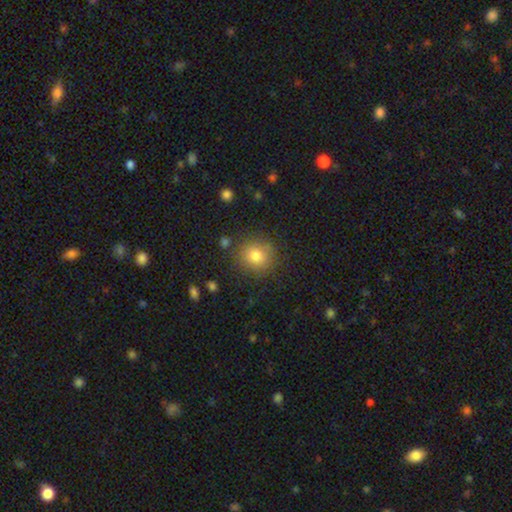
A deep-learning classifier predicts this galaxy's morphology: A smooth galaxy with no disk features (80%) that is round (87%). Merging: none (85%).